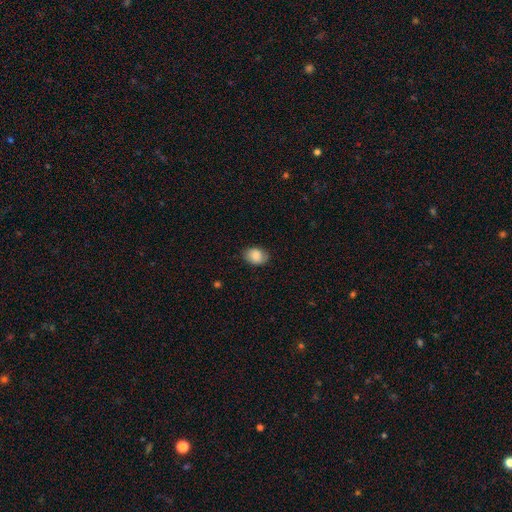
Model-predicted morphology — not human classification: Q: Smooth or featured?
A: smooth (85%); runner-up: star or artifact (7%)
Q: How rounded?
A: in between (72%); runner-up: round (27%)
Q: Merging?
A: none (79%); runner-up: minor disturbance (16%)